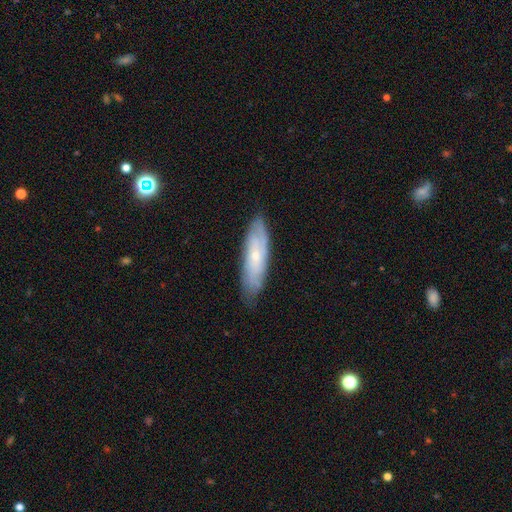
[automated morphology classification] The model was most divided on "smooth or featured": featured or disk: 58%, smooth: 35%, star or artifact: 7%. More confident: merging — none (79%); edge-on disk — no (71%).